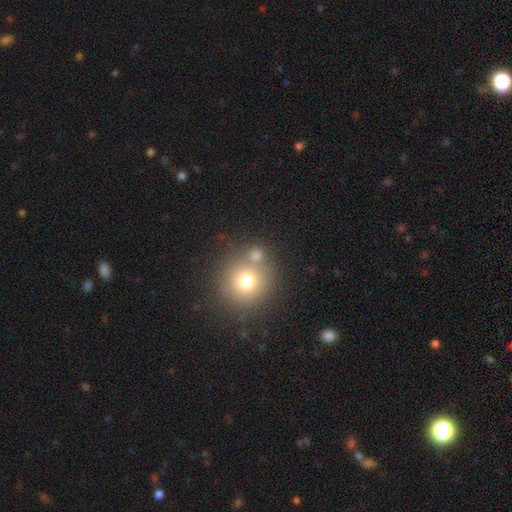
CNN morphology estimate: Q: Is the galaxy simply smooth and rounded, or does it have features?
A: smooth — 73%.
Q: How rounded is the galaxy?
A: round — 88%.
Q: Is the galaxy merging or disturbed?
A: none — 62%.